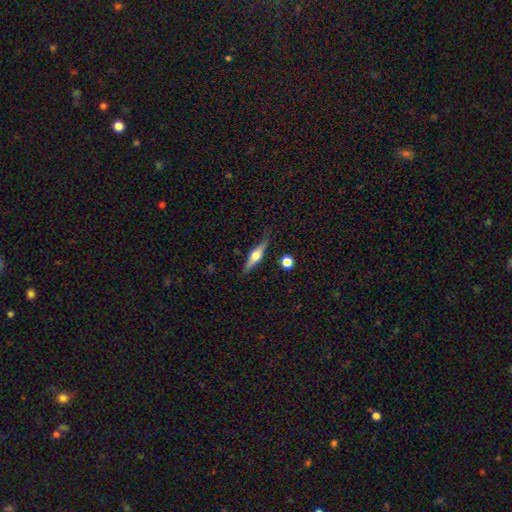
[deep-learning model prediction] Q: Smooth or featured?
A: featured or disk (62%); runner-up: smooth (31%)
Q: Edge-on disk?
A: yes (96%); runner-up: no (4%)
Q: Edge-on bulge?
A: rounded (93%); runner-up: boxy (5%)
Q: Merging?
A: none (82%); runner-up: minor disturbance (12%)